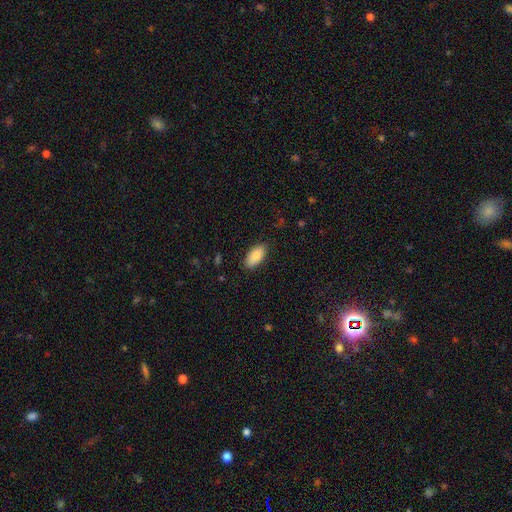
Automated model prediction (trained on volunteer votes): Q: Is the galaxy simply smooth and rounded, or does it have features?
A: smooth — 87%.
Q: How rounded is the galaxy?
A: in between — 94%.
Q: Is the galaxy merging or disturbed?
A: none — 85%.